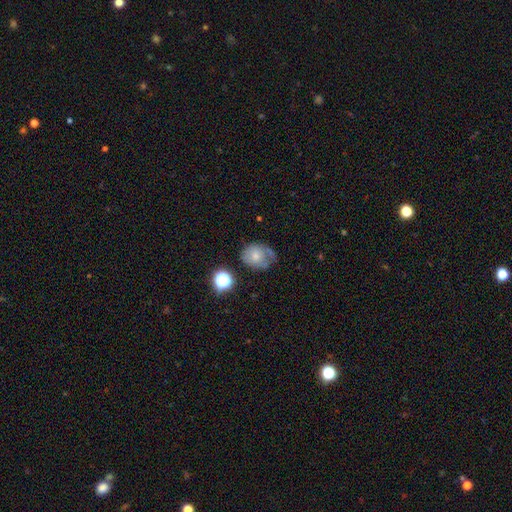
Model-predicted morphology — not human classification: smooth_or_featured: smooth (p=0.63) [alt: featured or disk p=0.25]
how_rounded: round (p=0.57) [alt: in between p=0.43]
merging: none (p=0.43) [alt: minor disturbance p=0.33]